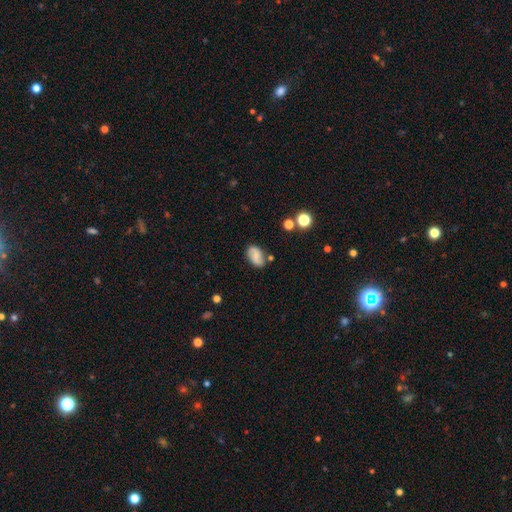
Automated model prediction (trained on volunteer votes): This is possibly a smooth galaxy (58%). How rounded: clearly in between (88%). Merging: likely none (74%).